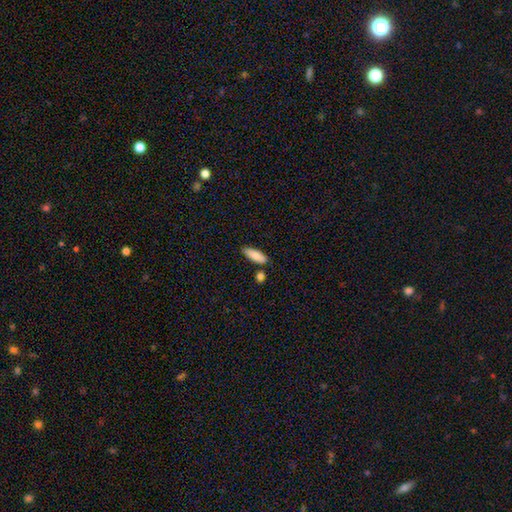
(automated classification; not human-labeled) Smooth or featured?
  - smooth: 86% *
  - featured or disk: 8%
  - star or artifact: 6%
How rounded?
  - in between: 65% *
  - cigar-shaped: 33%
  - round: 2%
Merging?
  - none: 77% *
  - minor disturbance: 13%
  - merger: 7%
  - major disturbance: 3%